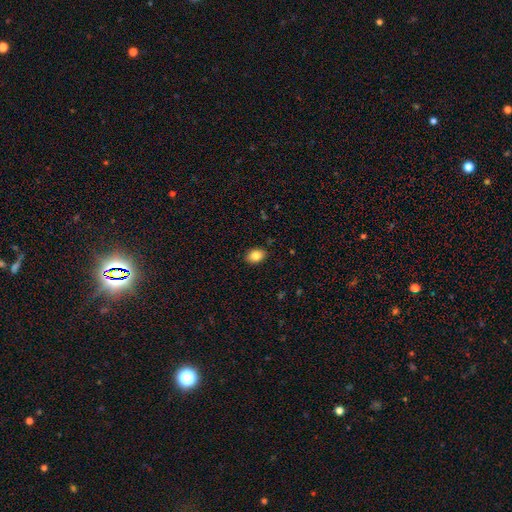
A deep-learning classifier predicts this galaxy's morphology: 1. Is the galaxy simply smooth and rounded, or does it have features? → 85% smooth, 9% star or artifact, 7% featured or disk.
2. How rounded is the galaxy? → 77% in between, 22% round, 1% cigar-shaped.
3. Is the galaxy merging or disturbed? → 88% none, 9% minor disturbance, 2% major disturbance, 1% merger.